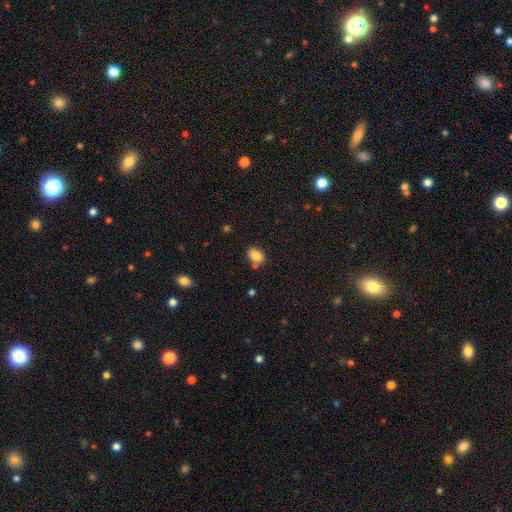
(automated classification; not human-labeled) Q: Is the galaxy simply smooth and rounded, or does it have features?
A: smooth — 85%.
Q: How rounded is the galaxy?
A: in between — 79%.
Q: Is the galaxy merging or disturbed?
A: none — 71%.